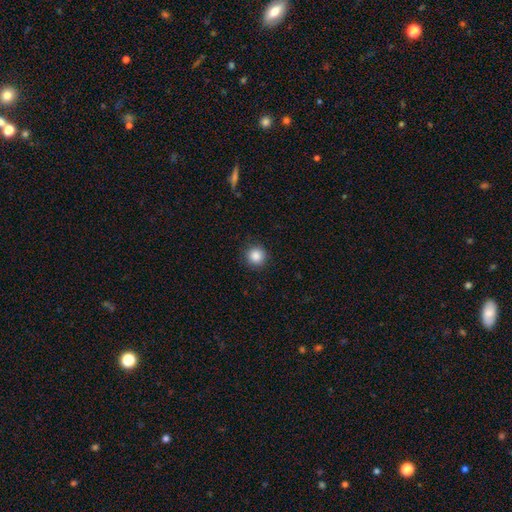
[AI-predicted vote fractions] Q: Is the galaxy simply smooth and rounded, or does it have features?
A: smooth — 86%.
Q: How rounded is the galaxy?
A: round — 95%.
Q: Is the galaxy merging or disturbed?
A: none — 91%.